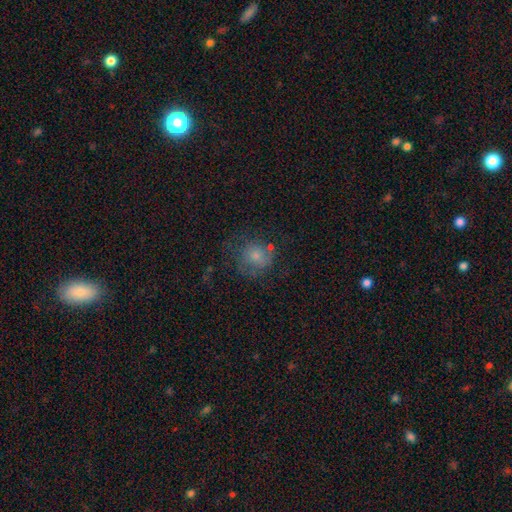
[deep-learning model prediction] smooth-or-featured: smooth: 57% | featured or disk: 25% | star or artifact: 18%
  how-rounded: round: 82% | in between: 17% | cigar-shaped: 1%
  merging: none: 61% | minor disturbance: 21% | major disturbance: 15% | merger: 4%